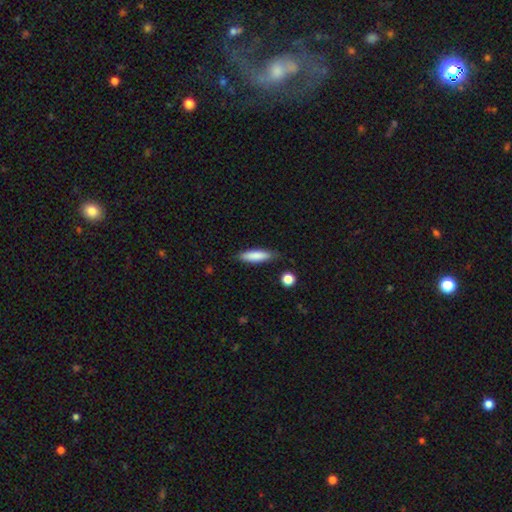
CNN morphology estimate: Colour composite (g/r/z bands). It shows a smooth galaxy with no disk features (82%) that is cigar-shaped (67%). Merging: none (81%).